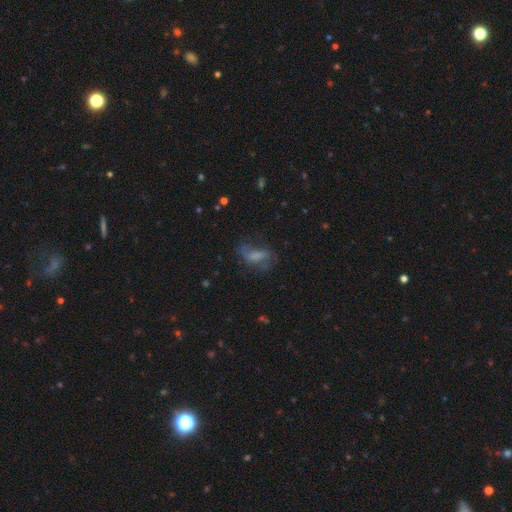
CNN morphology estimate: type=featured or disk (49%); merging=none (47%).